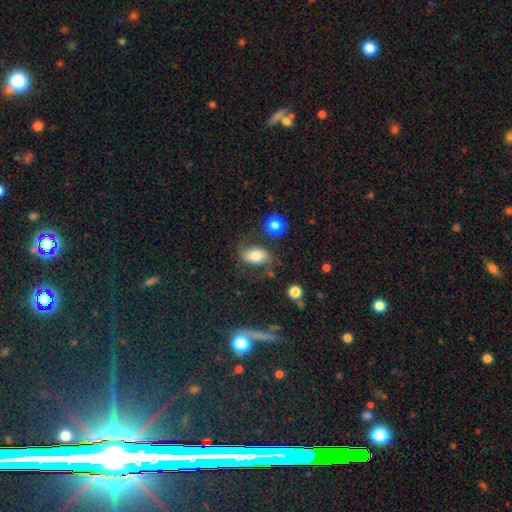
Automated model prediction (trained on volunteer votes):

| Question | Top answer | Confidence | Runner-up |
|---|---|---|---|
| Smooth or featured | smooth | 52% | featured or disk (38%) |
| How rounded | in between | 82% | round (16%) |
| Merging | none | 64% | minor disturbance (20%) |